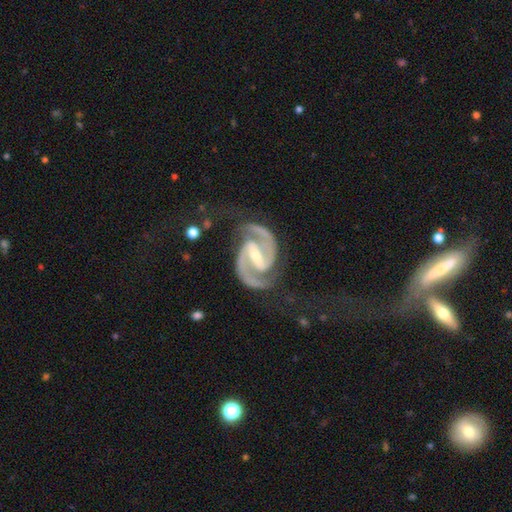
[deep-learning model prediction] Smooth or featured? Predicted: featured or disk (p=0.95). Edge-on disk? Predicted: no (p=0.98). Bar? Predicted: strong (p=0.62). Spiral arms? Predicted: yes (p=0.99). Spiral winding? Predicted: medium (p=0.59). Spiral arm count? Predicted: 2 (p=0.95). Bulge size? Predicted: small (p=0.51). Merging? Predicted: none (p=0.74).